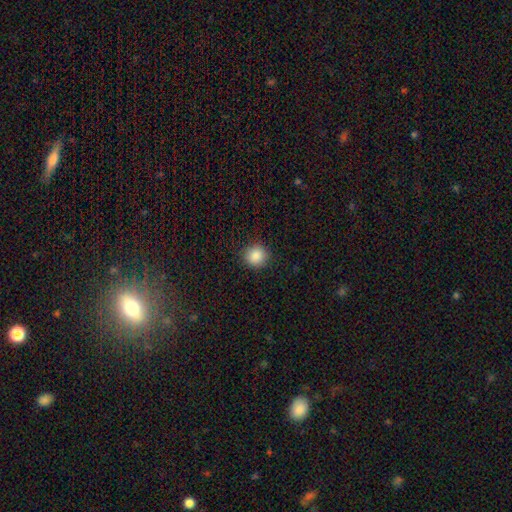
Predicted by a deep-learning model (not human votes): smooth_or_featured: smooth (p=0.87) [alt: star or artifact p=0.09]
how_rounded: round (p=0.87) [alt: in between p=0.12]
merging: none (p=0.90) [alt: minor disturbance p=0.07]